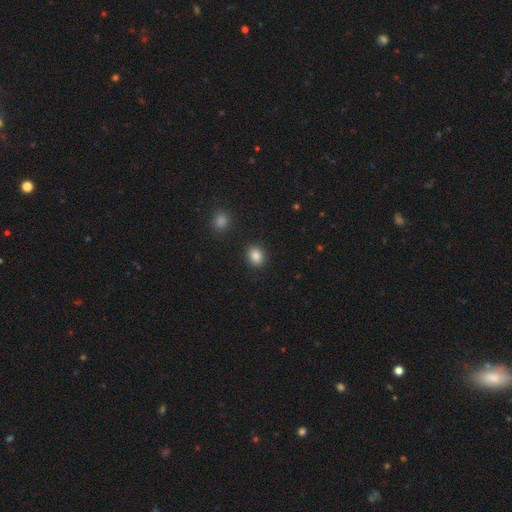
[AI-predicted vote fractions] smooth 86%, star or artifact 10%, featured or disk 4%. Down the decision tree: how rounded — in between (50%); merging — none (89%).